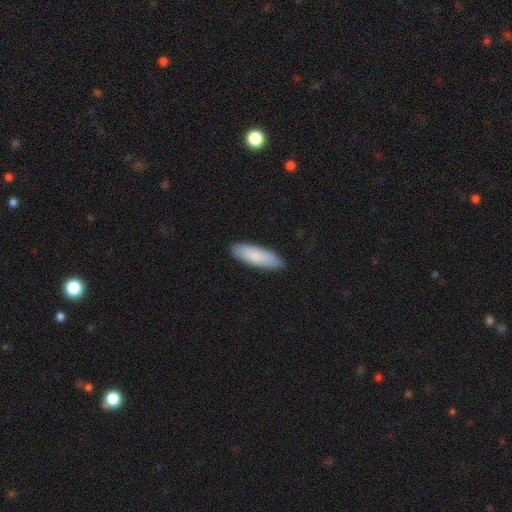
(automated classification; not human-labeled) Q: Smooth or featured?
A: smooth (86%); runner-up: featured or disk (9%)
Q: How rounded?
A: in between (51%); runner-up: cigar-shaped (47%)
Q: Merging?
A: none (88%); runner-up: minor disturbance (9%)